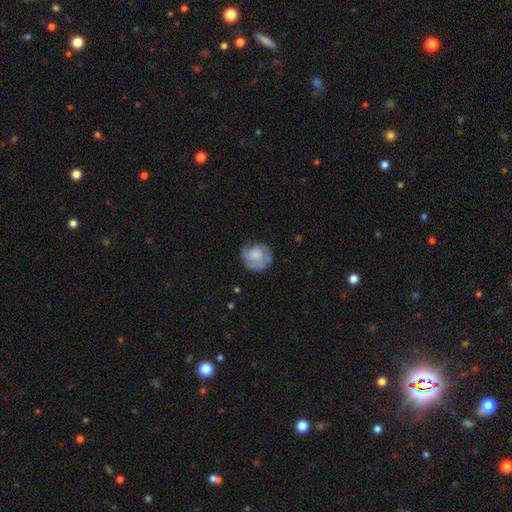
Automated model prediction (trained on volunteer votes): A smooth galaxy with no disk features (54%) that is round (81%).

Vote fractions:
- Smooth or featured? smooth: 54% / featured or disk: 39% / star or artifact: 7%
- How rounded? round: 81% / in between: 18% / cigar-shaped: 1%
- Merging? none: 66% / minor disturbance: 22% / major disturbance: 10% / merger: 1%